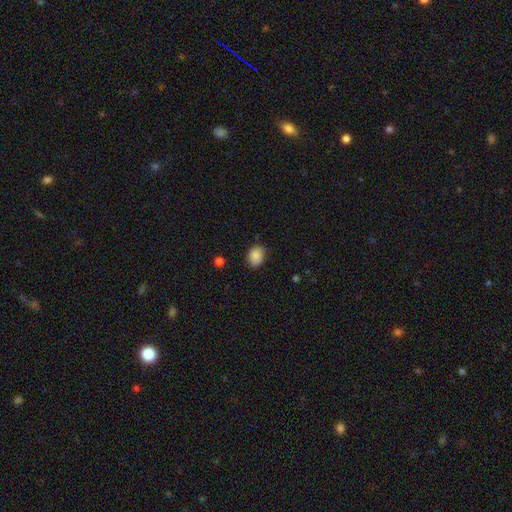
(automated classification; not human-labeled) A smooth galaxy with no disk features (86%) that is in between round and cigar-shaped (51%).

Vote fractions:
- Smooth or featured? smooth: 86% / star or artifact: 9% / featured or disk: 5%
- How rounded? in between: 51% / round: 48% / cigar-shaped: 1%
- Merging? none: 70% / minor disturbance: 24% / major disturbance: 4% / merger: 2%